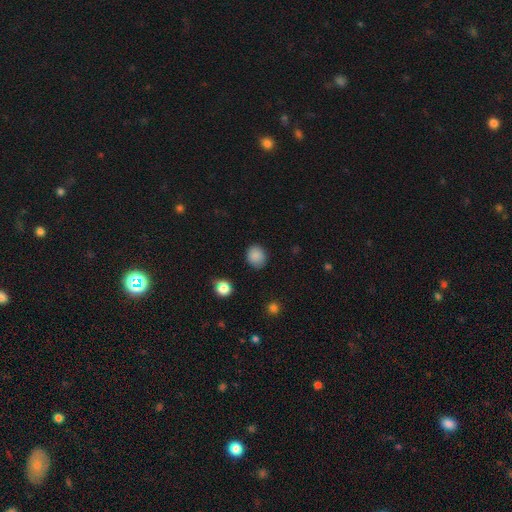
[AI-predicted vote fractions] A smooth galaxy with no disk features (87%) that is round (76%). Merging: none (85%).